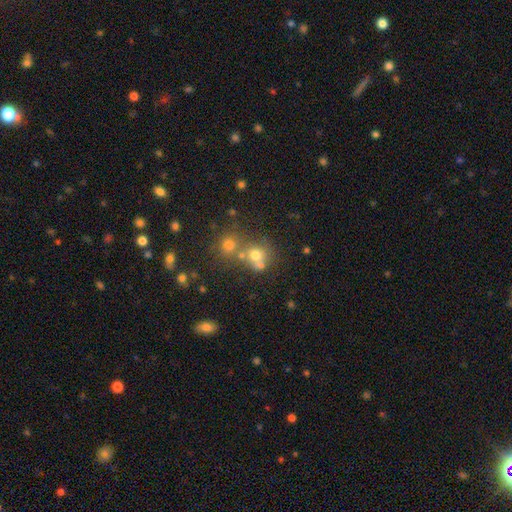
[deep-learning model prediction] Q: Smooth or featured?
A: smooth (64%); runner-up: star or artifact (20%)
Q: How rounded?
A: round (77%); runner-up: in between (22%)
Q: Merging?
A: none (44%); runner-up: merger (42%)